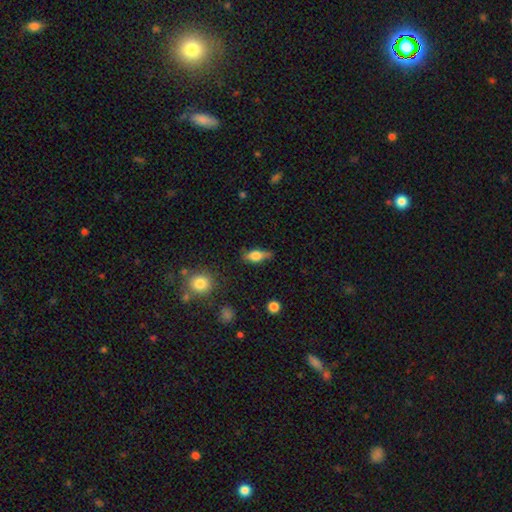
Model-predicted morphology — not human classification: A smooth galaxy with no disk features (62%) that is in between round and cigar-shaped (69%). Merging: none (74%).